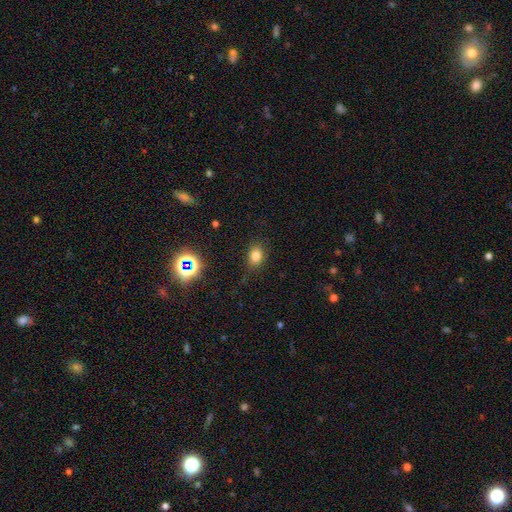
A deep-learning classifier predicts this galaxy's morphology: type=smooth (76%); roundness=in between (61%); merging=none (80%).